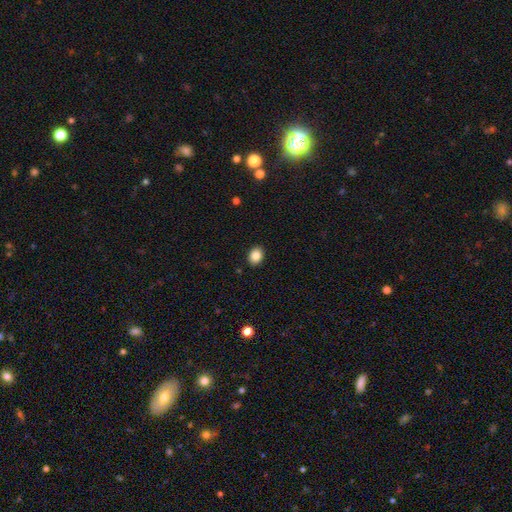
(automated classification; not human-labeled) Morphology: type=smooth (88%); roundness=in between (59%); merging=none (90%).